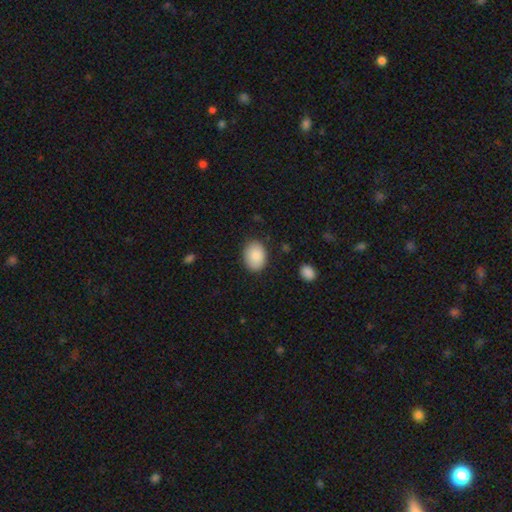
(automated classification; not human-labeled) A smooth galaxy with no disk features (87%) that is in between round and cigar-shaped (75%).

Vote fractions:
- Smooth or featured? smooth: 87% / star or artifact: 7% / featured or disk: 6%
- How rounded? in between: 75% / round: 24% / cigar-shaped: 1%
- Merging? none: 85% / minor disturbance: 11% / major disturbance: 3% / merger: 1%